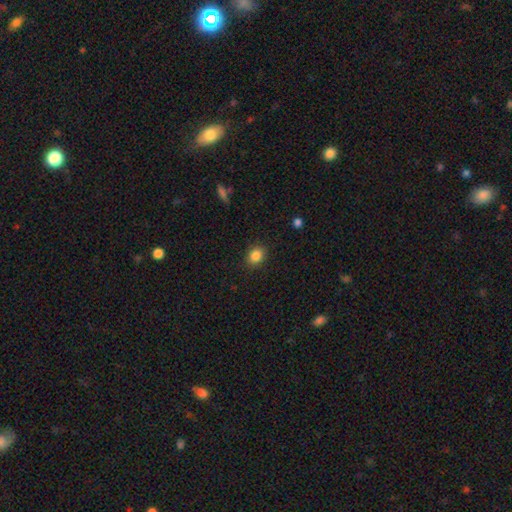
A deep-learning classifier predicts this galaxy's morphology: This appears to be a smooth galaxy with no disk features (85%) that is round (53%). Merging: none (88%).